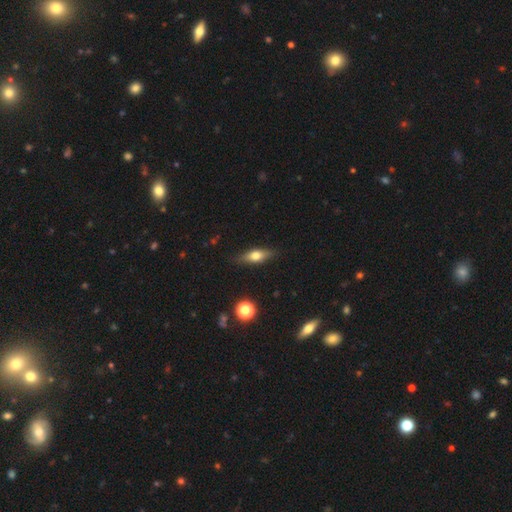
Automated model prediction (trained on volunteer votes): This appears to be a smooth galaxy with no disk features (57%) that is in between round and cigar-shaped (55%). Merging: none (84%).